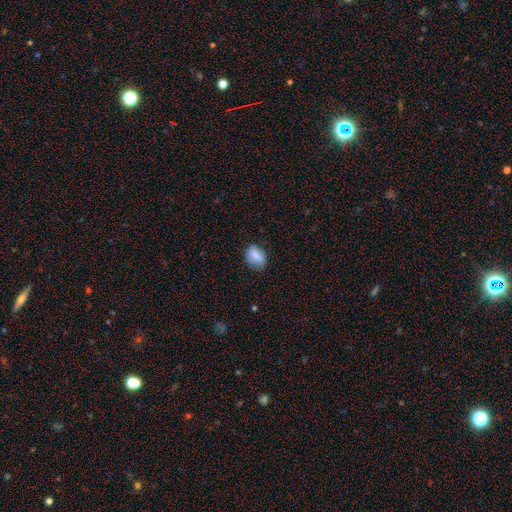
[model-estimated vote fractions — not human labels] Q: Smooth or featured?
A: smooth (79%); runner-up: featured or disk (12%)
Q: How rounded?
A: in between (78%); runner-up: round (18%)
Q: Merging?
A: none (71%); runner-up: minor disturbance (22%)